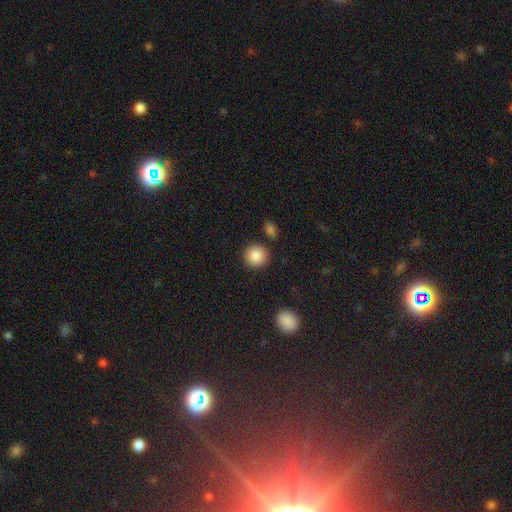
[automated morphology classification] Smooth or featured?
  - smooth: 88% *
  - star or artifact: 8%
  - featured or disk: 4%
How rounded?
  - round: 92% *
  - in between: 7%
  - cigar-shaped: 1%
Merging?
  - none: 87% *
  - minor disturbance: 7%
  - merger: 4%
  - major disturbance: 2%